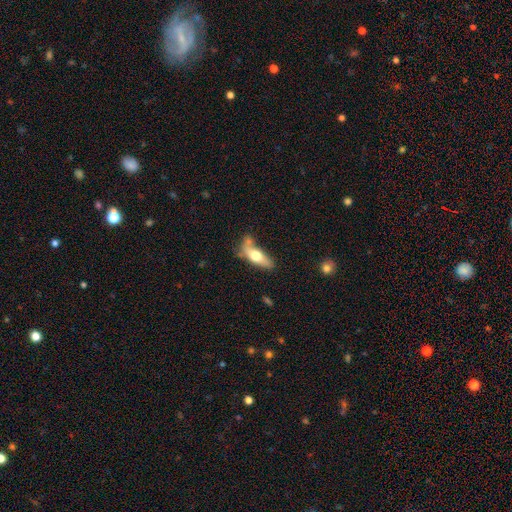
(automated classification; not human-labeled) Morphology: type=smooth (57%); roundness=in between (61%); merging=none (44%).